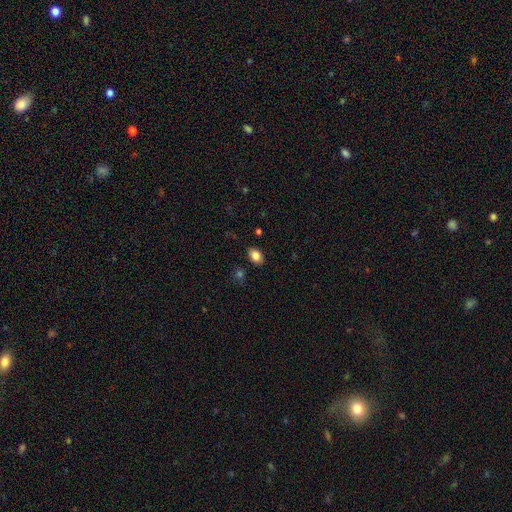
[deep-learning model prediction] A smooth galaxy with no disk features (84%) that is in between round and cigar-shaped (84%).

Vote fractions:
- Smooth or featured? smooth: 84% / star or artifact: 9% / featured or disk: 7%
- How rounded? in between: 84% / round: 15% / cigar-shaped: 1%
- Merging? none: 86% / minor disturbance: 9% / major disturbance: 2% / merger: 2%